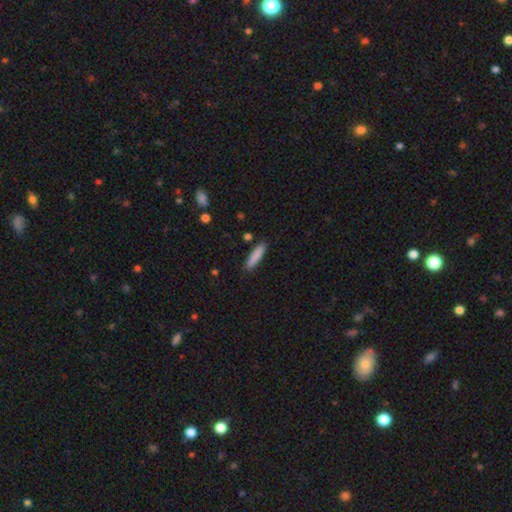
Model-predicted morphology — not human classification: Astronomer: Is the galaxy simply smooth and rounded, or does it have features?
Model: smooth — 86%.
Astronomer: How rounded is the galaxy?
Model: cigar-shaped — 82%.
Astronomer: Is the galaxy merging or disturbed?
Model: none — 87%.